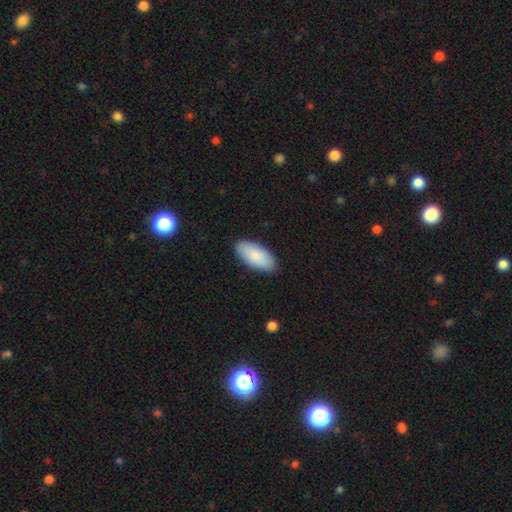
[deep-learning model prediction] smooth-or-featured: smooth: 85% | featured or disk: 9% | star or artifact: 5%
  how-rounded: in between: 92% | cigar-shaped: 7% | round: 2%
  merging: none: 88% | minor disturbance: 9% | major disturbance: 2% | merger: 1%